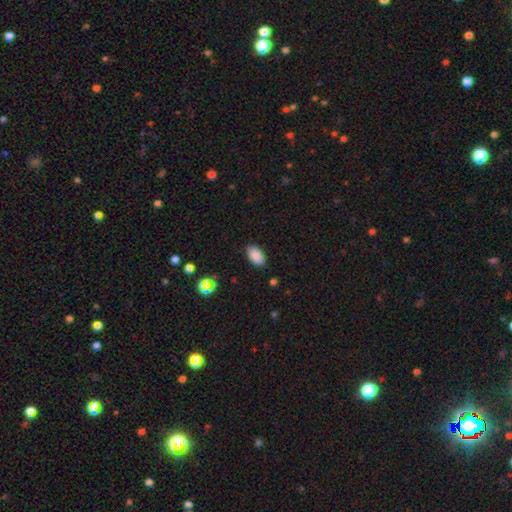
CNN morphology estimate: This is clearly a smooth galaxy (86%). How rounded: clearly in between (94%). Merging: clearly none (87%).